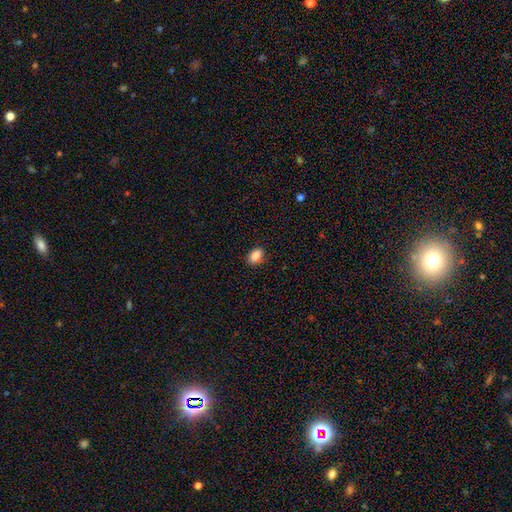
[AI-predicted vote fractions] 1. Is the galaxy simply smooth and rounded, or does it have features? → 87% smooth, 8% star or artifact, 4% featured or disk.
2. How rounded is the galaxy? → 83% in between, 15% round, 2% cigar-shaped.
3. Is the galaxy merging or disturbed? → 88% none, 9% minor disturbance, 2% major disturbance, 1% merger.